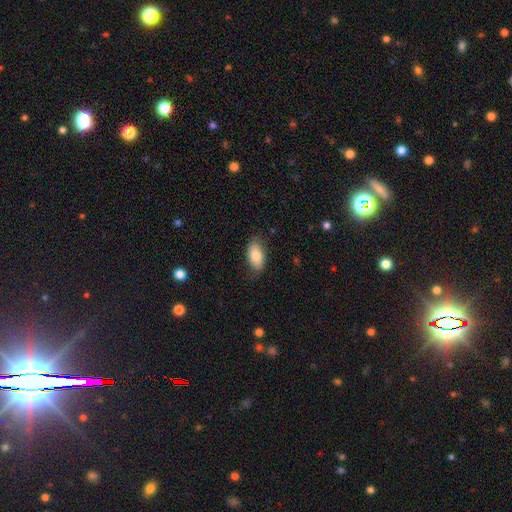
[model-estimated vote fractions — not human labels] Smooth or featured?
  - smooth: 84% *
  - featured or disk: 10%
  - star or artifact: 6%
How rounded?
  - in between: 93% *
  - round: 4%
  - cigar-shaped: 3%
Merging?
  - none: 78% *
  - minor disturbance: 17%
  - major disturbance: 3%
  - merger: 1%